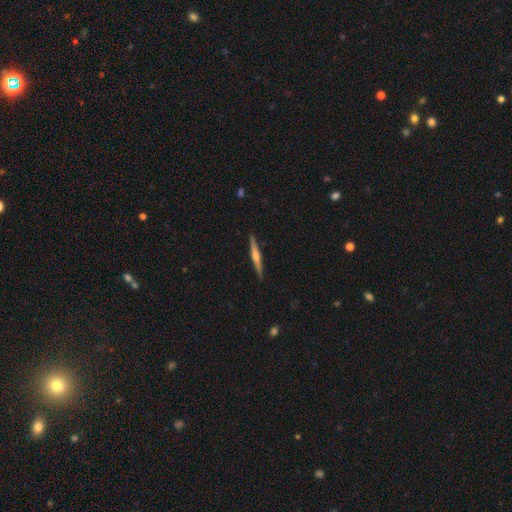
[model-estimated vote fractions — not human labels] Overall: featured or disk (68%). Edge-on disk: yes (98%). Edge-on bulge: rounded (79%). Merging: none (91%).